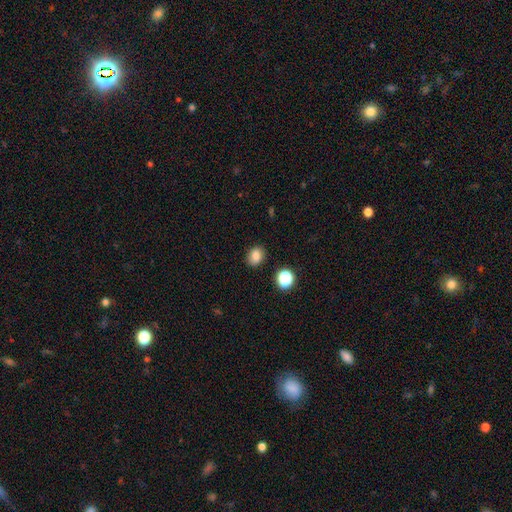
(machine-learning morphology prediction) Smooth or featured? smooth (82%)
How rounded? in between (51%)
Merging? none (86%)